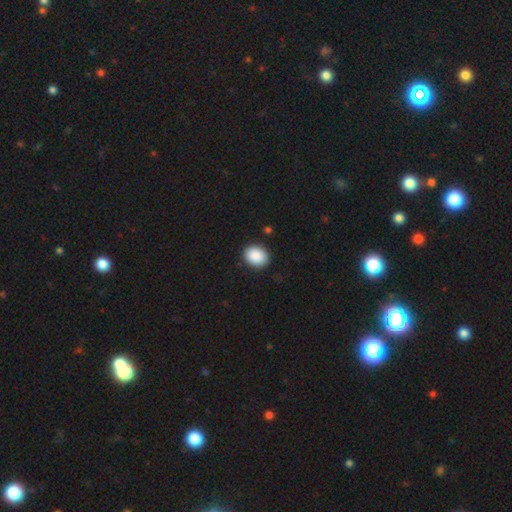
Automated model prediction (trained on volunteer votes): This is clearly a smooth galaxy (90%). How rounded: possibly in between (53%). Merging: clearly none (90%).